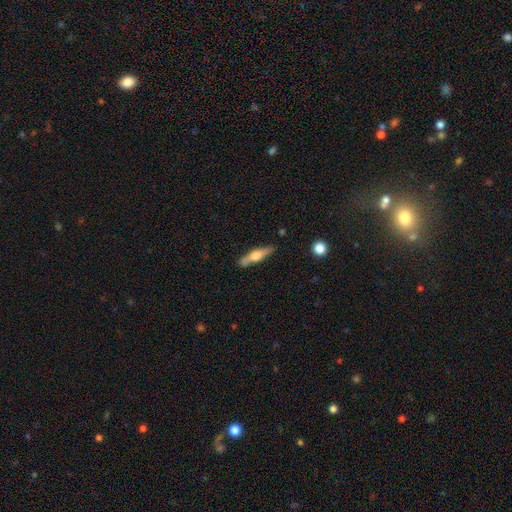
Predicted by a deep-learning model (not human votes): Smooth or featured? Predicted: featured or disk (p=0.51). Edge-on disk? Predicted: yes (p=0.93). Merging? Predicted: none (p=0.80).